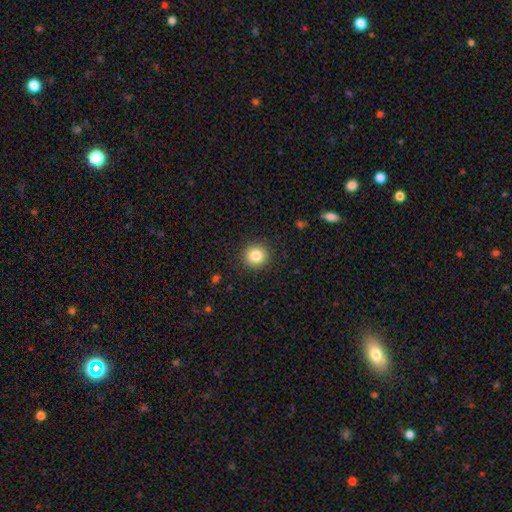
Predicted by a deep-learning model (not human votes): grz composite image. It shows a smooth galaxy with no disk features (83%) that is round (93%). Merging: none (91%).